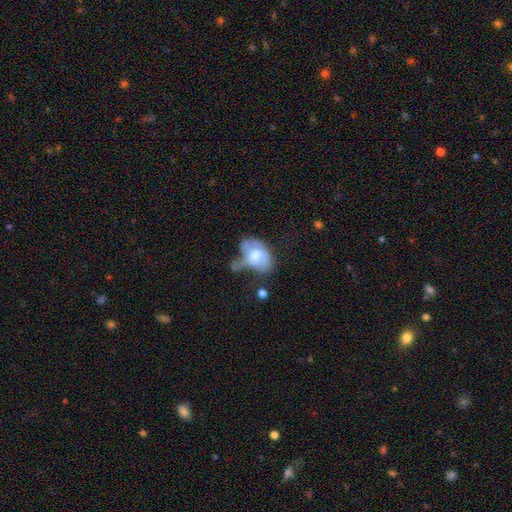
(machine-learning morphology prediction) This appears to be a featured or disk galaxy (46%, tied with smooth). Merging: major disturbance (40%).